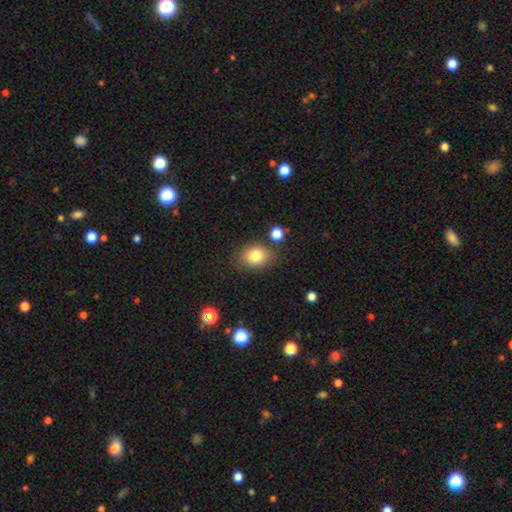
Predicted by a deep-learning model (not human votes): A smooth galaxy with no disk features (82%) that is in between round and cigar-shaped (50%). Merging: none (77%).